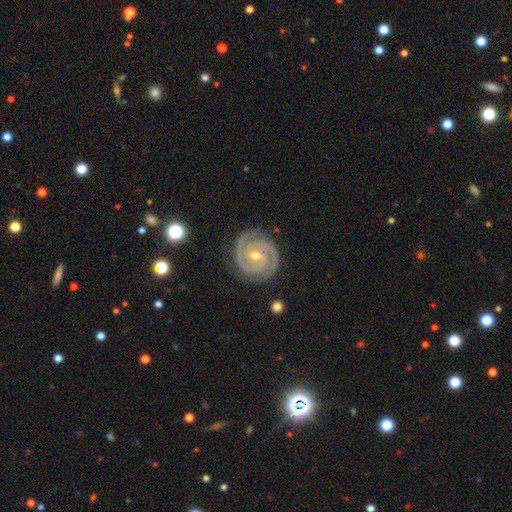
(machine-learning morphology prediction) The model was most divided on "bulge size": small: 53%, moderate: 45%, large: 1%, none: 1%, dominant: 1%. More confident: spiral arms — yes (99%); edge-on disk — no (98%); smooth or featured — featured or disk (93%); merging — none (85%); spiral winding — tight (84%); spiral arm count — 2 (83%); bar — no (54%).